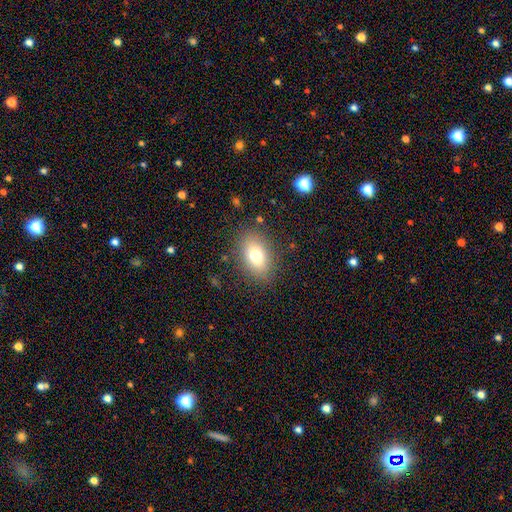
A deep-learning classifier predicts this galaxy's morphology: Q: Smooth or featured?
A: smooth (75%); runner-up: featured or disk (14%)
Q: How rounded?
A: in between (85%); runner-up: round (12%)
Q: Merging?
A: none (84%); runner-up: minor disturbance (11%)